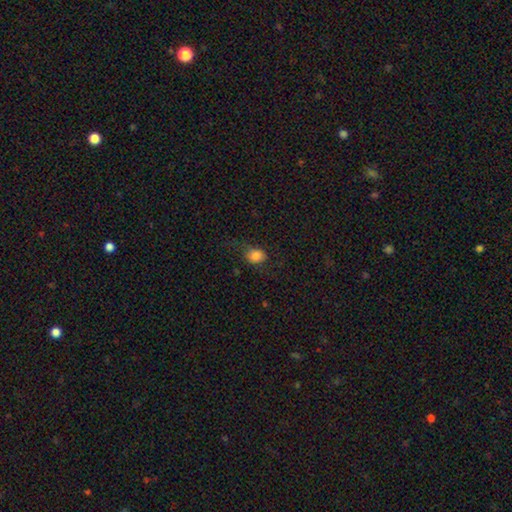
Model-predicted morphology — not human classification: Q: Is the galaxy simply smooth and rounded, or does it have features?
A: smooth — 82%.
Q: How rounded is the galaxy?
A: round — 50%.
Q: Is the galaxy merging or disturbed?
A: none — 66%.